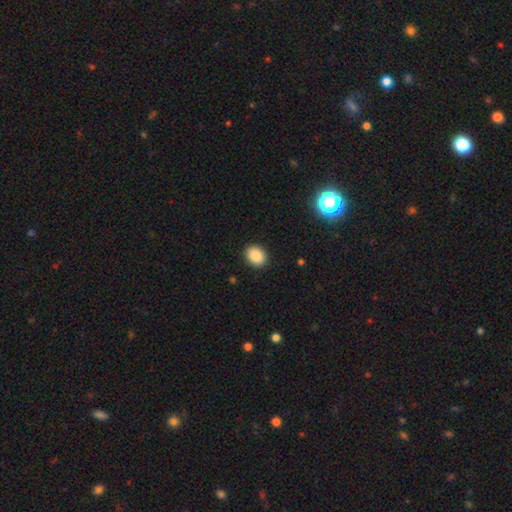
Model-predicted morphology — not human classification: type=smooth (88%); roundness=in between (56%); merging=none (89%).